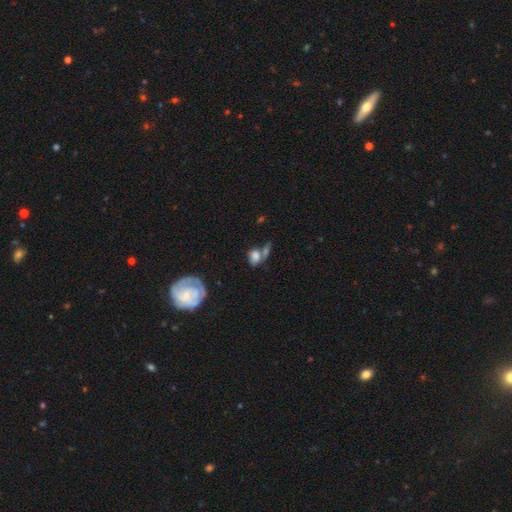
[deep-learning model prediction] Smooth or featured? Predicted: smooth (p=0.71). How rounded? Predicted: in between (p=0.63). Merging? Predicted: merger (p=0.44).